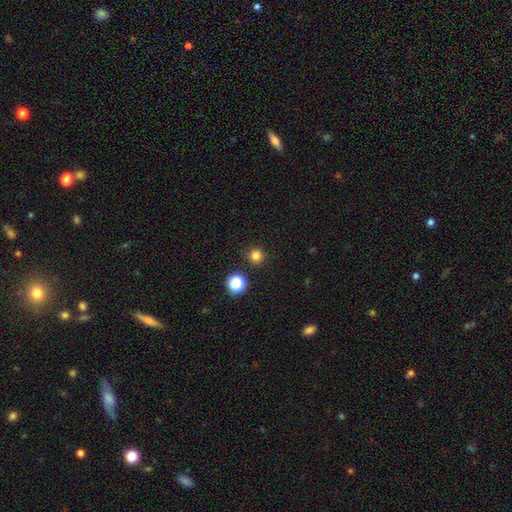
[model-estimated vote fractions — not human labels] Morphology: type=smooth (80%); roundness=round (95%); merging=none (89%).